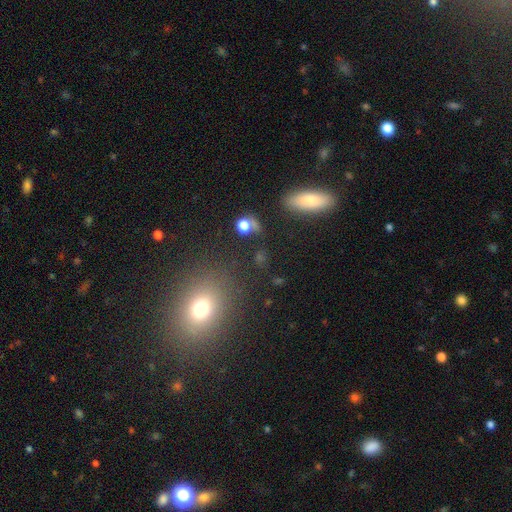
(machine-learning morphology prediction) Smooth or featured: smooth — 57% (star or artifact — 28%)
How rounded: in between — 59% (round — 31%)
Merging: none — 84% (minor disturbance — 9%)